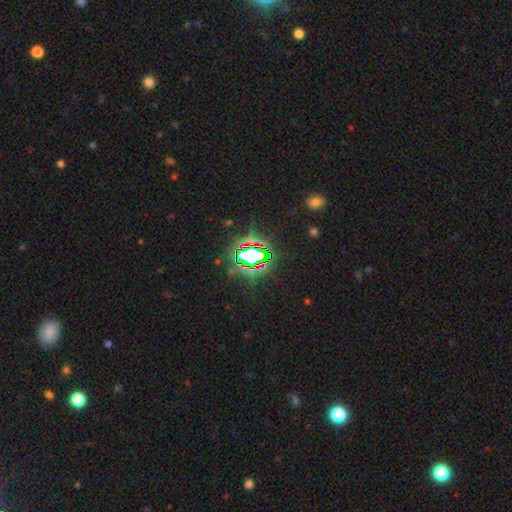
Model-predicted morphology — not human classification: type=star or artifact (75%).